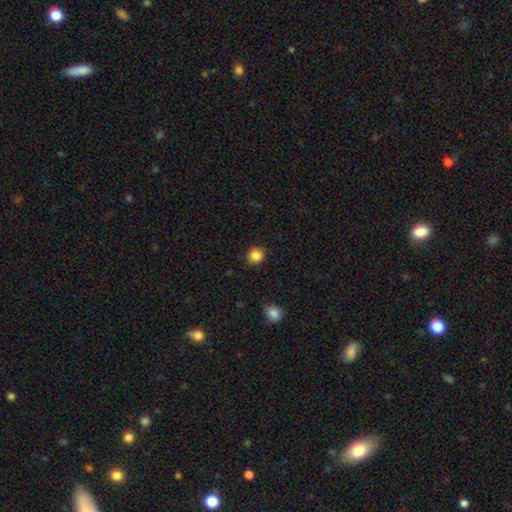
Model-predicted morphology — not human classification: type=smooth (86%); roundness=round (83%); merging=none (87%).